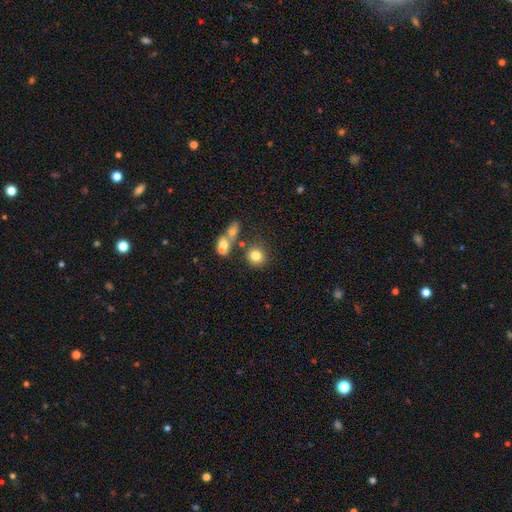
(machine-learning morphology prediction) smooth-or-featured: smooth: 80% | star or artifact: 11% | featured or disk: 9%
  how-rounded: round: 83% | in between: 16% | cigar-shaped: 1%
  merging: none: 72% | merger: 13% | minor disturbance: 10% | major disturbance: 4%